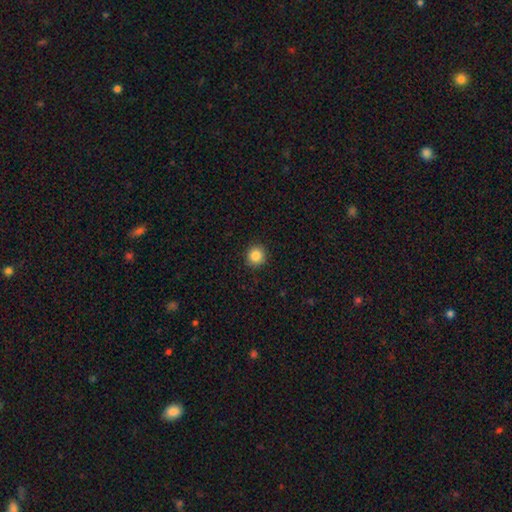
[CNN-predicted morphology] Smooth or featured?
  - smooth: 86% *
  - star or artifact: 10%
  - featured or disk: 4%
How rounded?
  - round: 94% *
  - in between: 6%
  - cigar-shaped: 1%
Merging?
  - none: 92% *
  - minor disturbance: 6%
  - major disturbance: 2%
  - merger: 1%